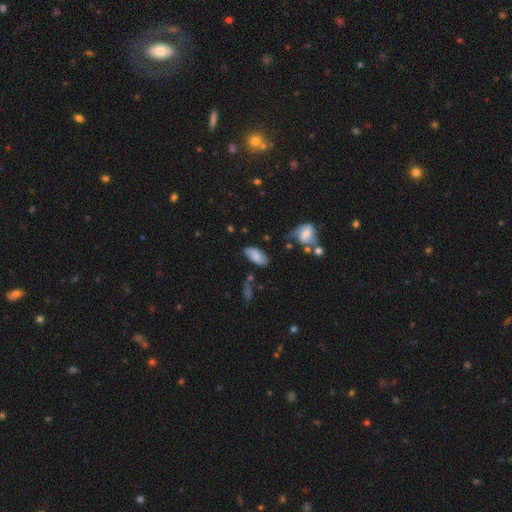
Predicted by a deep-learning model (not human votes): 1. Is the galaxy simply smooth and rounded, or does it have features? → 71% smooth, 21% featured or disk, 8% star or artifact.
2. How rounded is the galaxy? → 91% in between, 6% cigar-shaped, 3% round.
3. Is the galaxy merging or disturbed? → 66% none, 23% minor disturbance, 7% major disturbance, 4% merger.